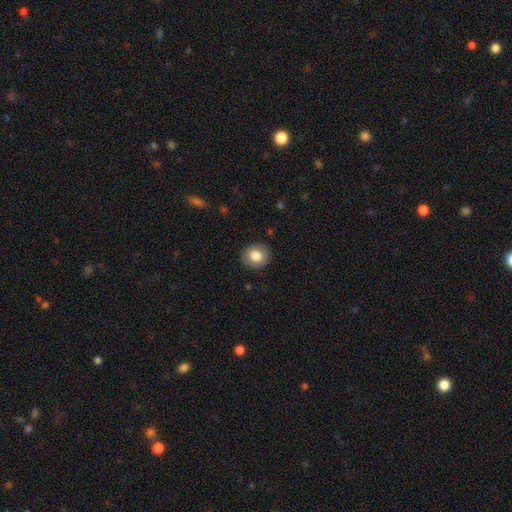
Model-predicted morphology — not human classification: smooth-or-featured: smooth: 83% | featured or disk: 9% | star or artifact: 8%
  how-rounded: round: 85% | in between: 14% | cigar-shaped: 1%
  merging: none: 90% | minor disturbance: 7% | major disturbance: 2% | merger: 1%